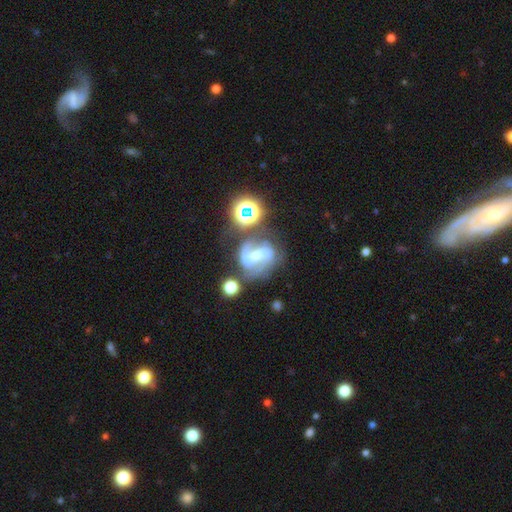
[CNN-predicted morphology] Q: Smooth or featured?
A: featured or disk (81%); runner-up: star or artifact (11%)
Q: Edge-on disk?
A: no (95%); runner-up: yes (5%)
Q: Bar?
A: strong (72%); runner-up: weak (21%)
Q: Spiral arms?
A: yes (91%); runner-up: no (9%)
Q: Spiral winding?
A: medium (47%); runner-up: loose (33%)
Q: Spiral arm count?
A: 2 (84%); runner-up: can't tell (6%)
Q: Bulge size?
A: small (52%); runner-up: moderate (30%)
Q: Merging?
A: none (55%); runner-up: minor disturbance (18%)